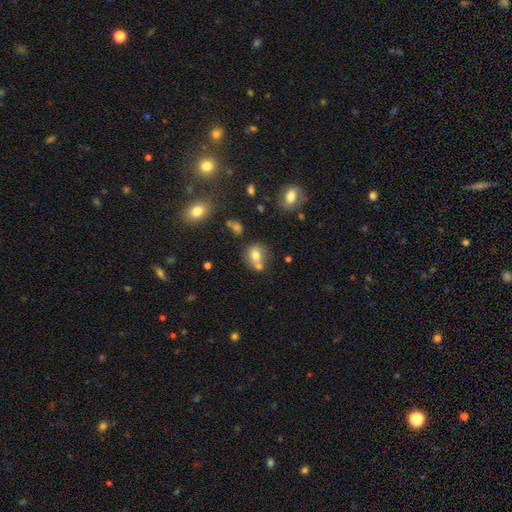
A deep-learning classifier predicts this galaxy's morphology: smooth 72%, featured or disk 15%, star or artifact 13%. Down the decision tree: how rounded — round (62%); merging — none (49%).